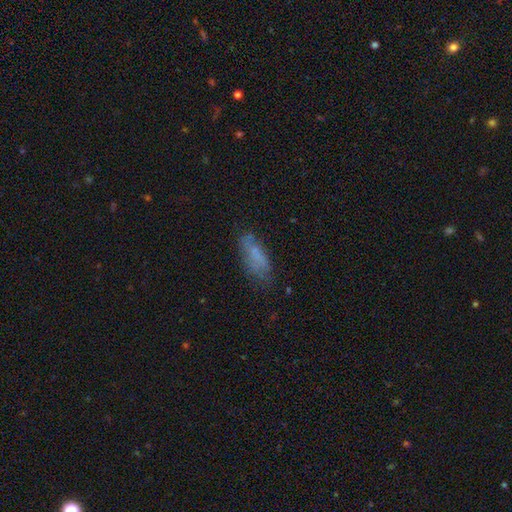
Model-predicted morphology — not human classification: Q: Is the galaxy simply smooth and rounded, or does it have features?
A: smooth — 63%.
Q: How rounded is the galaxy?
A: in between — 66%.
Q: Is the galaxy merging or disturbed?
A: none — 60%.